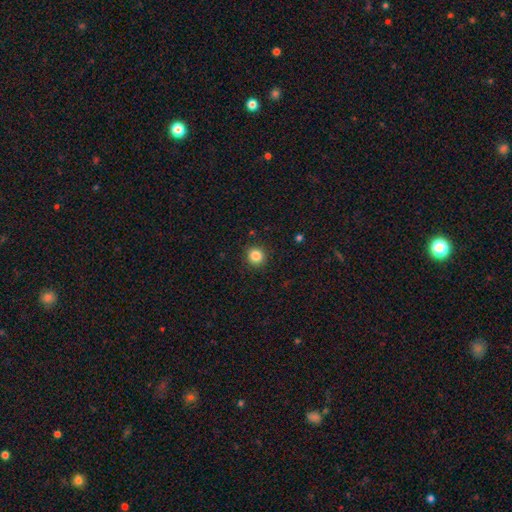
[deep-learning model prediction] This appears to be a smooth galaxy with no disk features (85%) that is round (92%). Merging: none (91%).